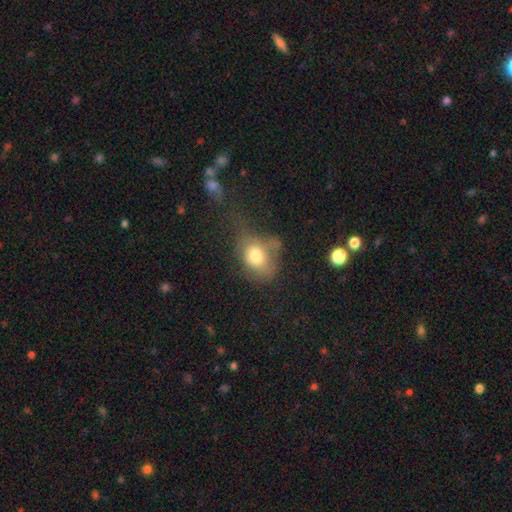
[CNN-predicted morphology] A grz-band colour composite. It shows a smooth galaxy with no disk features (72%) that is in between round and cigar-shaped (63%). Merging: major disturbance (36%).